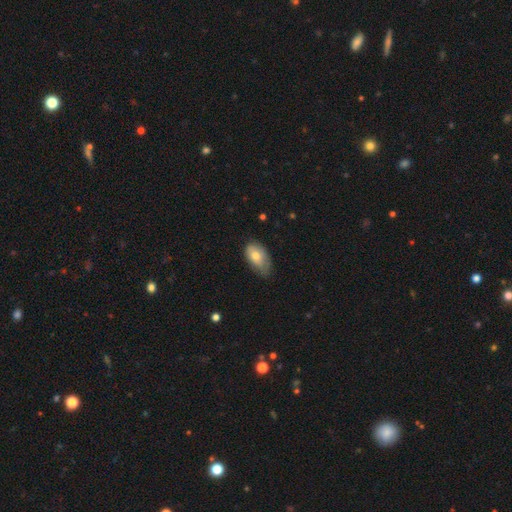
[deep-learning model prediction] Morphology: type=smooth (75%); roundness=in between (92%); merging=none (49%).